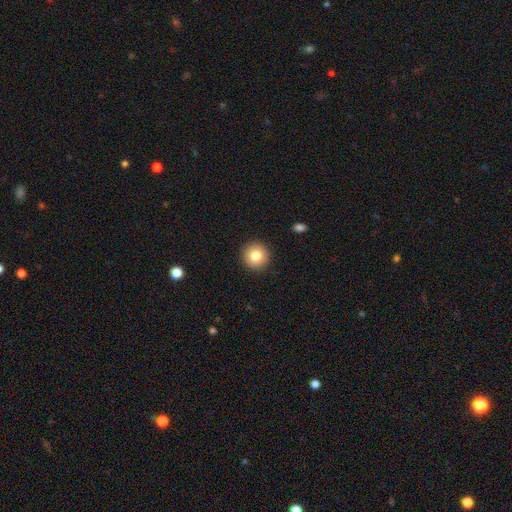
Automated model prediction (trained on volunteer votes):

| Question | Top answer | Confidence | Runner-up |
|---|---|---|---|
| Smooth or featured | smooth | 81% | star or artifact (10%) |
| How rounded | round | 95% | in between (4%) |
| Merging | none | 92% | minor disturbance (5%) |